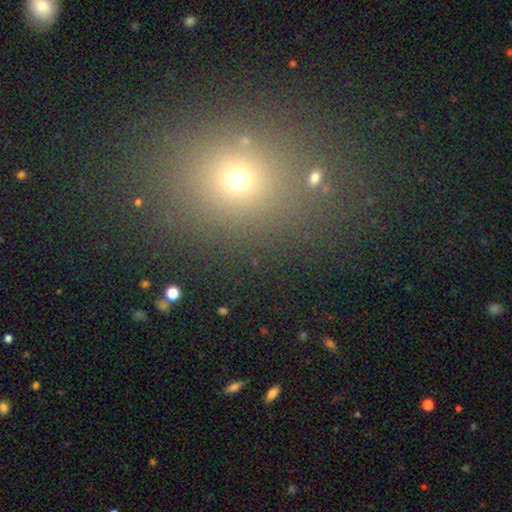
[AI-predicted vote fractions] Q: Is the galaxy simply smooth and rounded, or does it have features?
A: smooth — 58%.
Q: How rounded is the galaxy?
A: round — 54%.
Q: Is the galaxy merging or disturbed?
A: none — 82%.